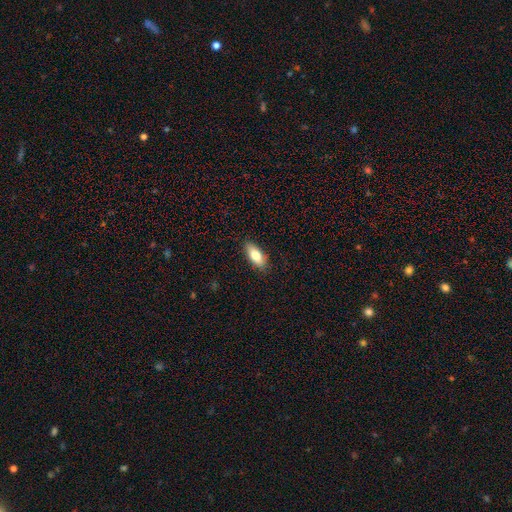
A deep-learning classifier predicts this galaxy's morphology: Overall: smooth (79%). How rounded: in between (83%). Merging: none (86%).